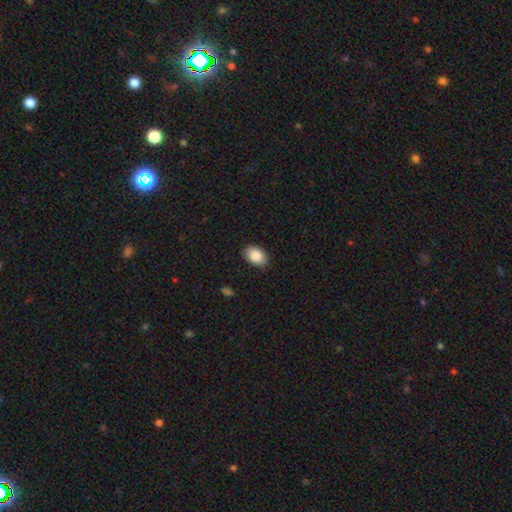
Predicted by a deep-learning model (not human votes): smooth 88%, star or artifact 7%, featured or disk 6%. Down the decision tree: how rounded — in between (86%); merging — none (85%).